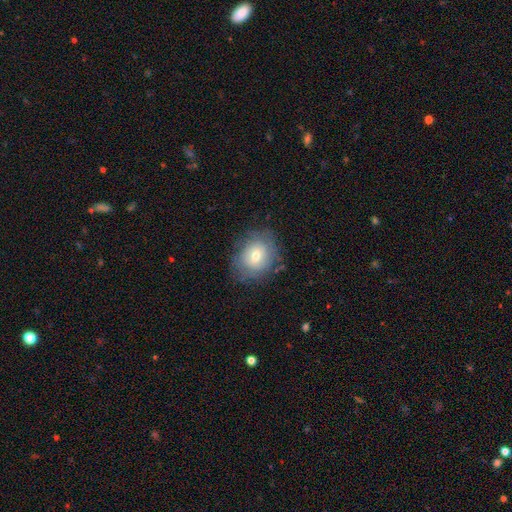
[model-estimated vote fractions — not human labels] Smooth or featured? Predicted: smooth (p=0.60). How rounded? Predicted: round (p=0.56). Merging? Predicted: none (p=0.75).